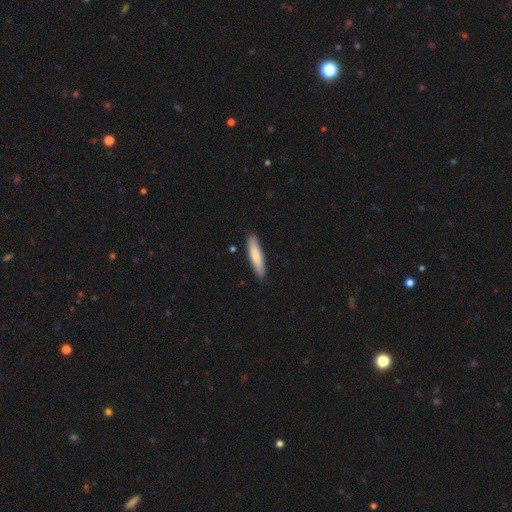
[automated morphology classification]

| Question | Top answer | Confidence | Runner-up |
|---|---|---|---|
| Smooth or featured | smooth | 81% | featured or disk (14%) |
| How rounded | cigar-shaped | 83% | in between (16%) |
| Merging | none | 87% | minor disturbance (10%) |